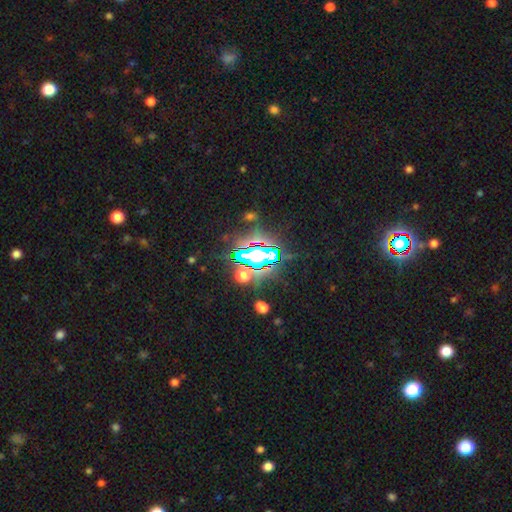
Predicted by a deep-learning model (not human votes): smooth-or-featured: star or artifact: 73% | smooth: 16% | featured or disk: 11%